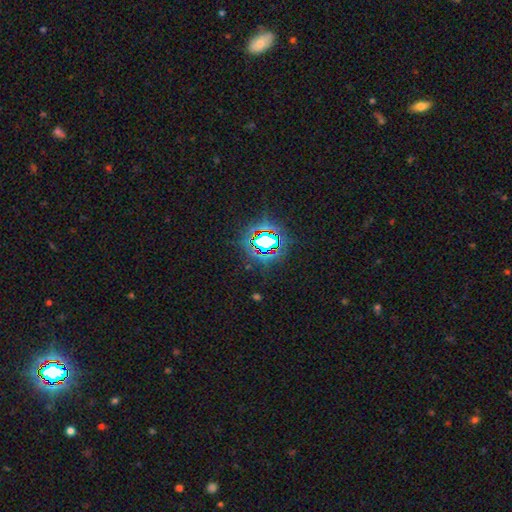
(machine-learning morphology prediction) smooth_or_featured: star or artifact (p=0.80) [alt: smooth p=0.12]